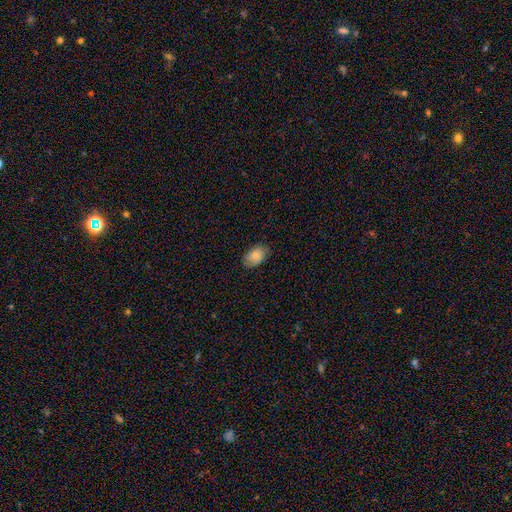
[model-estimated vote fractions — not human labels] smooth-or-featured: smooth: 79% | featured or disk: 14% | star or artifact: 7%
  how-rounded: in between: 89% | round: 9% | cigar-shaped: 1%
  merging: none: 77% | minor disturbance: 19% | major disturbance: 4% | merger: 1%